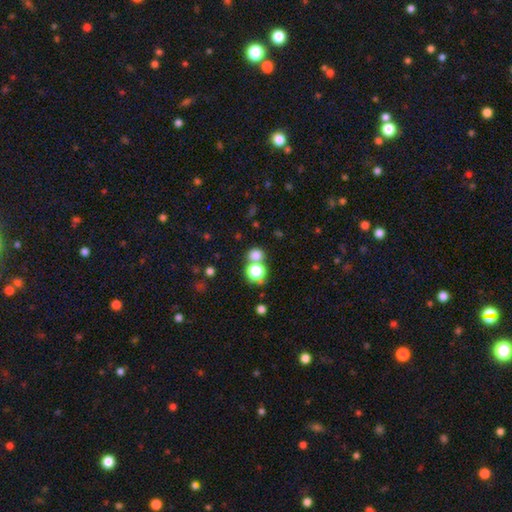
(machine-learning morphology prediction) Smooth or featured? Predicted: smooth (p=0.75). How rounded? Predicted: round (p=0.81). Merging? Predicted: none (p=0.59).